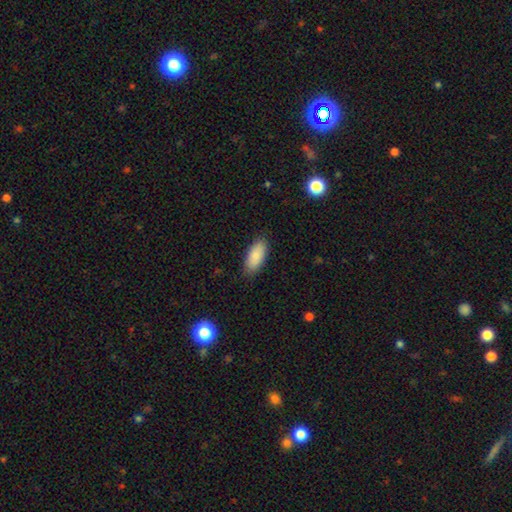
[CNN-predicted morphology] This appears to be a smooth galaxy with no disk features (87%) that is in between round and cigar-shaped (88%). Merging: none (85%).